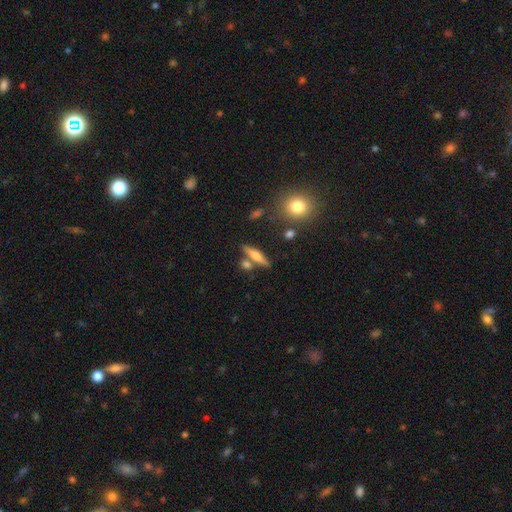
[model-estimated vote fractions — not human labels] Morphology: type=featured or disk (47%); merging=none (72%).